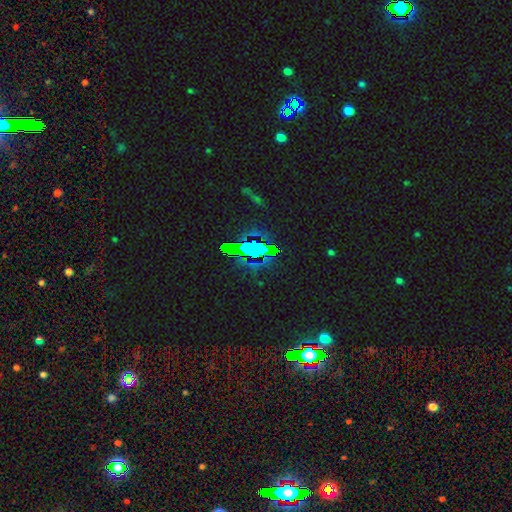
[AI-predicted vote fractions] This is likely a star or artifact rather than a galaxy (74%).